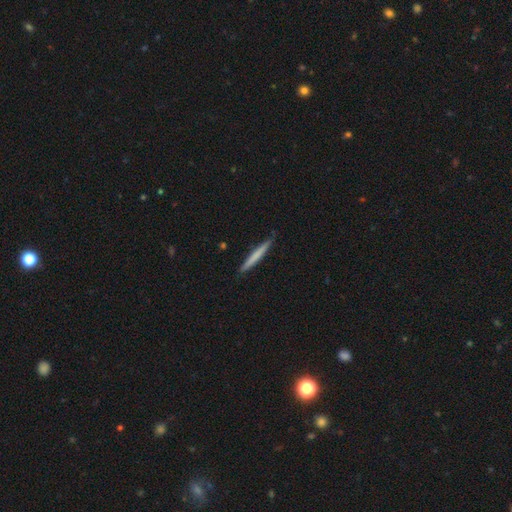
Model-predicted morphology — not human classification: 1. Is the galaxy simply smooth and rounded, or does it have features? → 66% smooth, 29% featured or disk, 5% star or artifact.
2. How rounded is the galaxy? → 97% cigar-shaped, 2% in between, 1% round.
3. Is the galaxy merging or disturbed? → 88% none, 9% minor disturbance, 1% major disturbance, 1% merger.